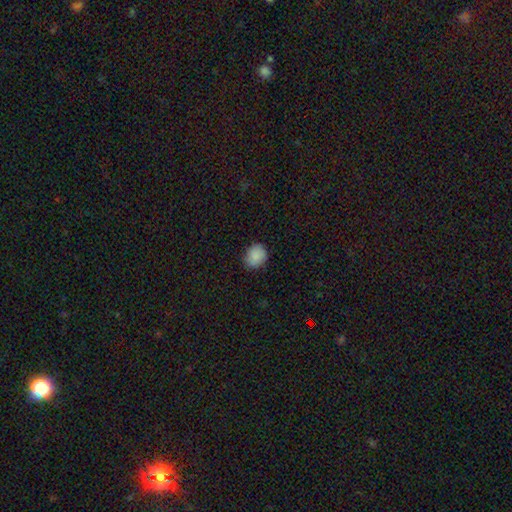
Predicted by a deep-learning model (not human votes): smooth-or-featured: smooth: 88% | star or artifact: 8% | featured or disk: 5%
  how-rounded: round: 62% | in between: 37% | cigar-shaped: 1%
  merging: none: 83% | minor disturbance: 14% | major disturbance: 3% | merger: 1%